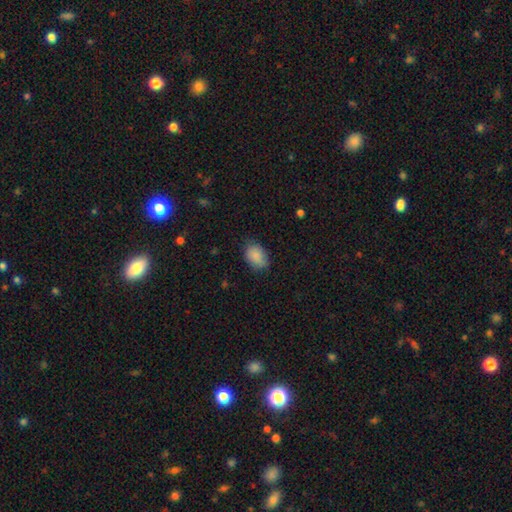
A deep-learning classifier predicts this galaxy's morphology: smooth-or-featured: smooth: 87% | star or artifact: 8% | featured or disk: 6%
  how-rounded: in between: 82% | round: 17% | cigar-shaped: 1%
  merging: none: 71% | minor disturbance: 24% | major disturbance: 4% | merger: 1%